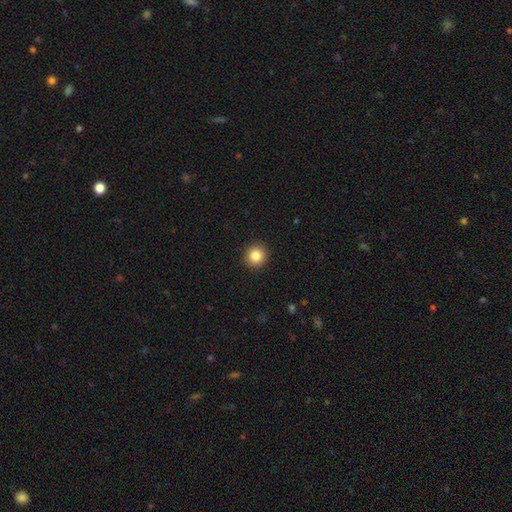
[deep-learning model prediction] Morphology: type=smooth (85%); roundness=round (93%); merging=none (93%).